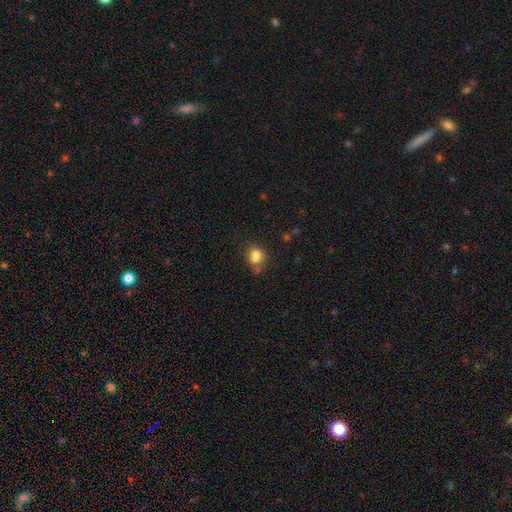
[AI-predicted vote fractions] Smooth or featured?
  - smooth: 79% *
  - star or artifact: 12%
  - featured or disk: 9%
How rounded?
  - round: 64% *
  - in between: 35%
  - cigar-shaped: 1%
Merging?
  - none: 45% *
  - merger: 30%
  - minor disturbance: 18%
  - major disturbance: 7%